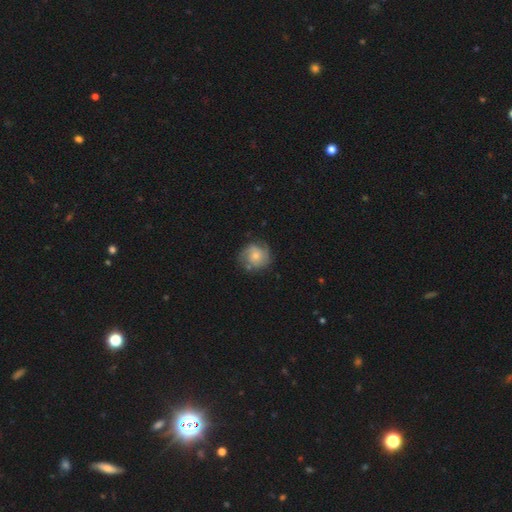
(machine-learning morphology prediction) Smooth or featured?
  - featured or disk: 53% *
  - smooth: 40%
  - star or artifact: 8%
Edge-on disk?
  - no: 98% *
  - yes: 2%
Bar?
  - no: 78% *
  - weak: 19%
  - strong: 3%
Spiral arms?
  - yes: 84% *
  - no: 16%
Bulge size?
  - small: 53% *
  - moderate: 39%
  - none: 4%
  - large: 3%
  - dominant: 1%
Merging?
  - none: 69% *
  - minor disturbance: 21%
  - major disturbance: 8%
  - merger: 2%